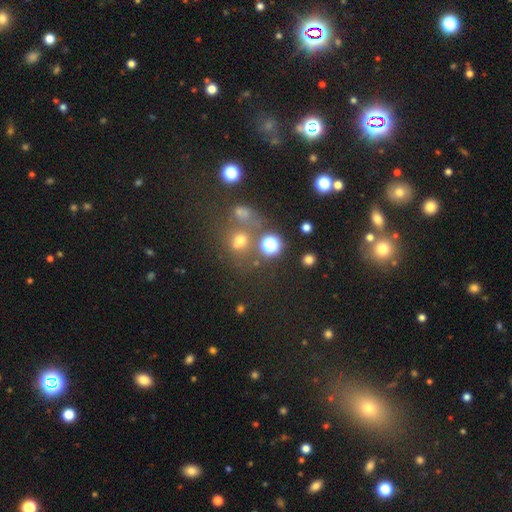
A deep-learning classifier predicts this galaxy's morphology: smooth_or_featured: smooth (p=0.47) [alt: star or artifact p=0.42]
merging: none (p=0.58) [alt: merger p=0.27]